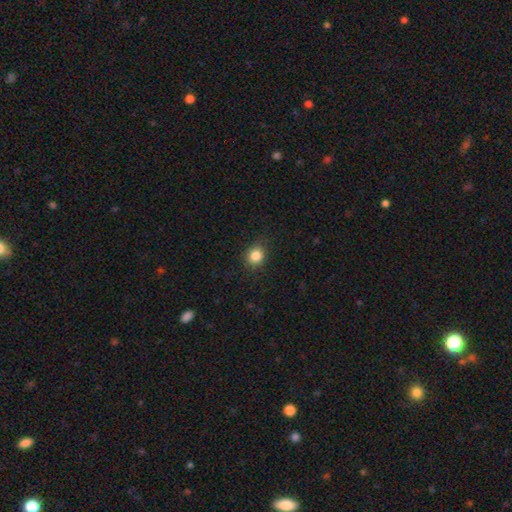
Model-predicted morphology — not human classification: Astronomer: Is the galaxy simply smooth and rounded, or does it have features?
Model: smooth — 84%.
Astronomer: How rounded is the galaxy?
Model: round — 77%.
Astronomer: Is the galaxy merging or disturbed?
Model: none — 83%.